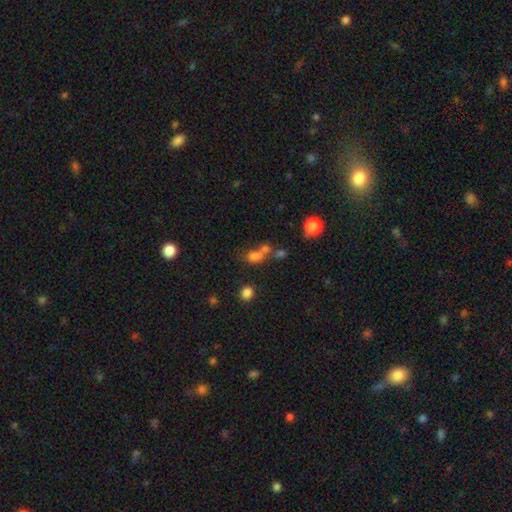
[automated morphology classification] This is likely a smooth galaxy (67%). How rounded: possibly round (50%). Merging: possibly merger (52%).